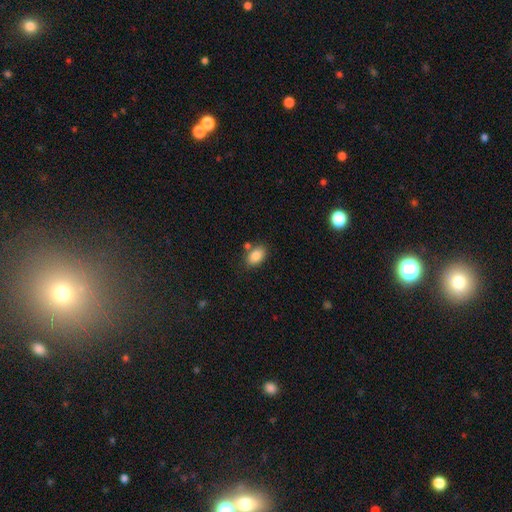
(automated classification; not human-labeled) smooth 86%, star or artifact 8%, featured or disk 6%. Down the decision tree: how rounded — in between (87%); merging — none (73%).